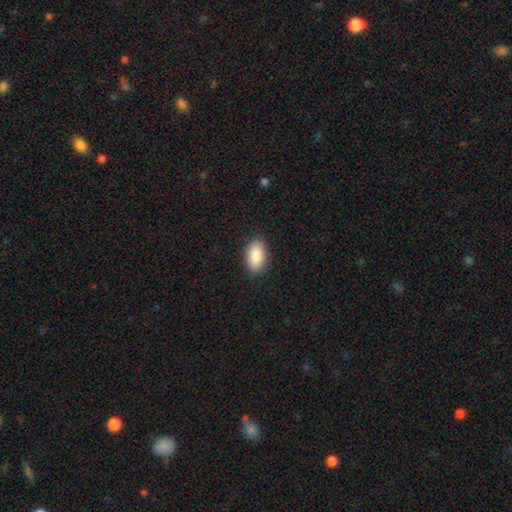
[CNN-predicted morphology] smooth_or_featured: smooth (p=0.90) [alt: star or artifact p=0.06]
how_rounded: in between (p=0.94) [alt: round p=0.04]
merging: none (p=0.88) [alt: minor disturbance p=0.08]